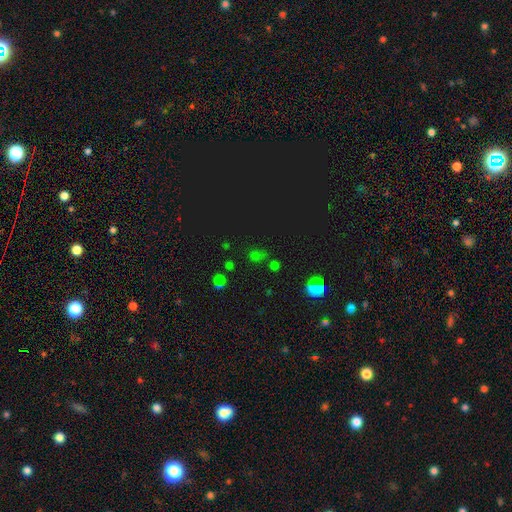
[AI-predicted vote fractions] Smooth or featured: star or artifact — 56% (smooth — 38%)